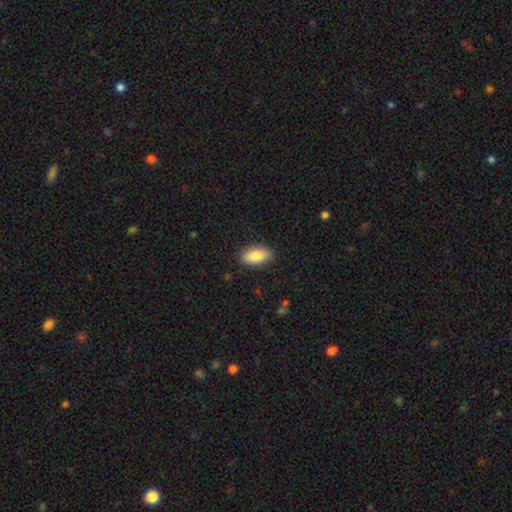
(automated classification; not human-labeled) Smooth or featured? Predicted: smooth (p=0.84). How rounded? Predicted: in between (p=0.87). Merging? Predicted: none (p=0.88).